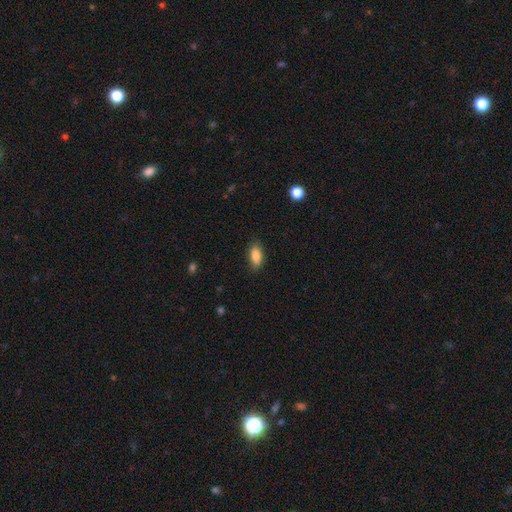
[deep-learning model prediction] Smooth or featured? smooth (85%)
How rounded? in between (87%)
Merging? none (81%)